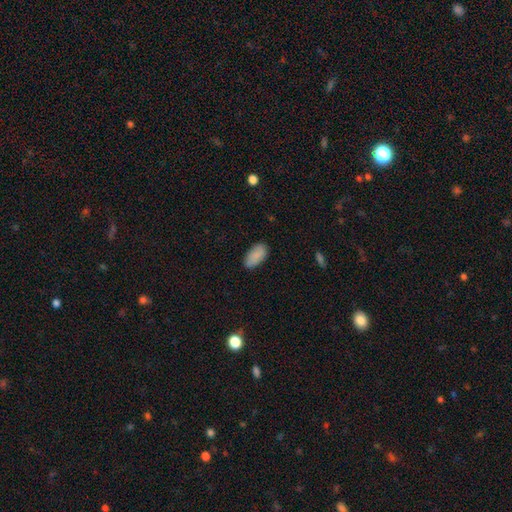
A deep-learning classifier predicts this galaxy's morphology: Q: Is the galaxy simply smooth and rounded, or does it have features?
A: smooth — 89%.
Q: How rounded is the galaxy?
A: in between — 93%.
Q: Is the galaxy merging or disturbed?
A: none — 83%.